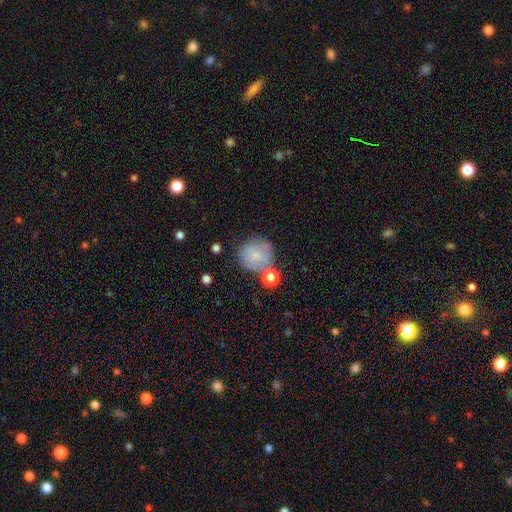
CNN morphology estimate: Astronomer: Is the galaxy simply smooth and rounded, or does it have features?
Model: smooth — 71%.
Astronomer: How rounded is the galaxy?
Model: round — 87%.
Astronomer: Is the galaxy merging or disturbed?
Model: none — 53%.